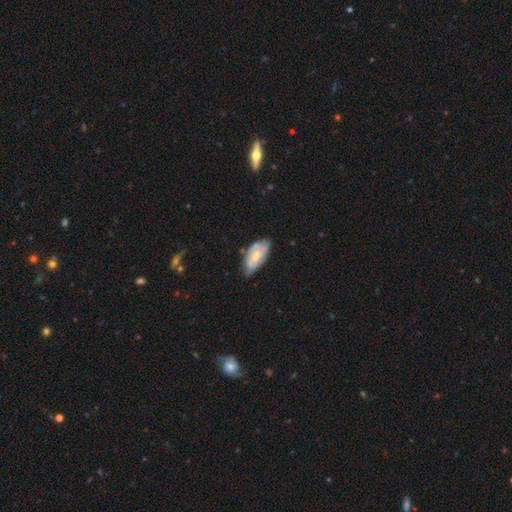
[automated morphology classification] type=smooth (50%); roundness=in between (91%); merging=none (54%).